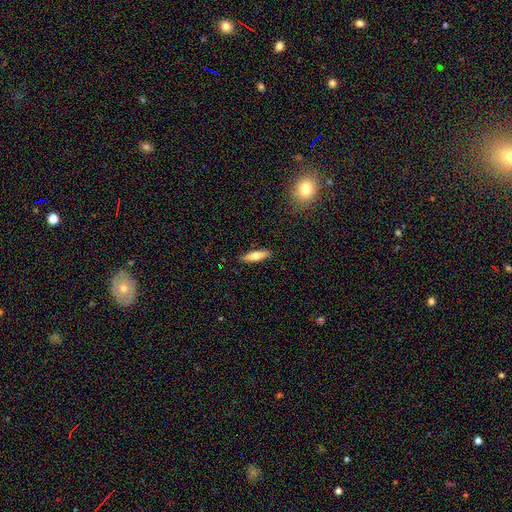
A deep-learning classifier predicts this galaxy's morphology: smooth-or-featured: smooth: 68% | featured or disk: 26% | star or artifact: 6%
  how-rounded: cigar-shaped: 72% | in between: 26% | round: 2%
  merging: none: 89% | minor disturbance: 8% | major disturbance: 2% | merger: 1%